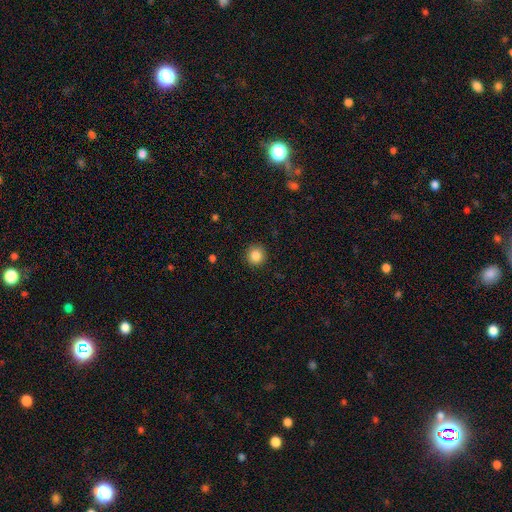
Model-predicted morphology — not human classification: A smooth galaxy with no disk features (86%) that is round (93%).

Vote fractions:
- Smooth or featured? smooth: 86% / star or artifact: 10% / featured or disk: 4%
- How rounded? round: 93% / in between: 6% / cigar-shaped: 1%
- Merging? none: 91% / minor disturbance: 6% / major disturbance: 2% / merger: 1%